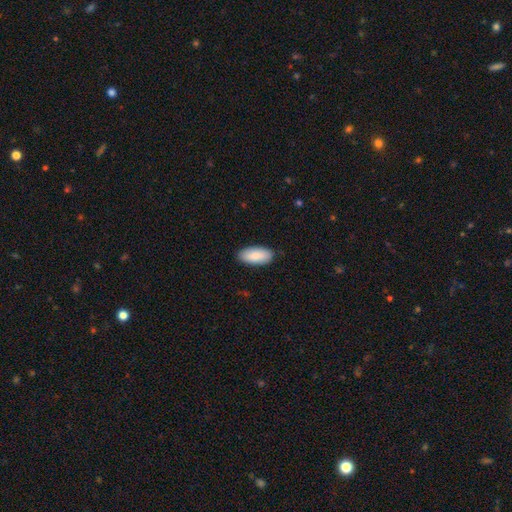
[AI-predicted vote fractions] Smooth or featured: smooth — 89% (featured or disk — 6%)
How rounded: in between — 91% (cigar-shaped — 7%)
Merging: none — 88% (minor disturbance — 9%)